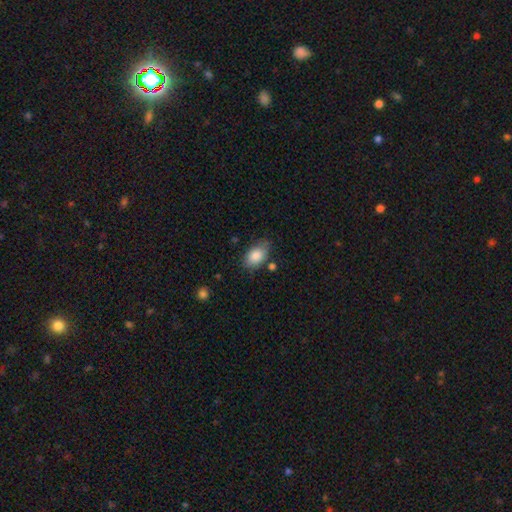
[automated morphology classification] A smooth galaxy with no disk features (86%) that is in between round and cigar-shaped (88%). Merging: none (67%).